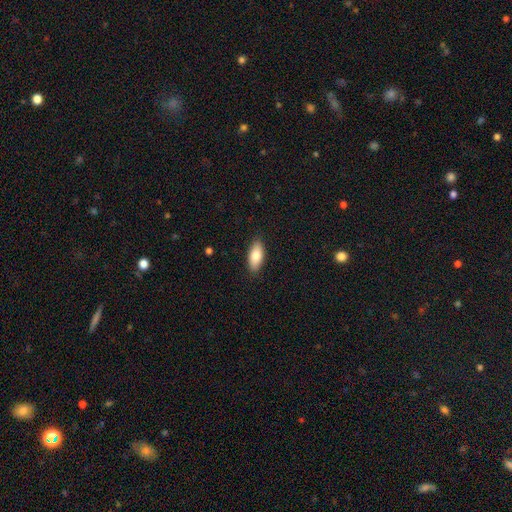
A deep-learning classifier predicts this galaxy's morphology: smooth_or_featured: smooth (p=0.81) [alt: featured or disk p=0.12]
how_rounded: in between (p=0.87) [alt: cigar-shaped p=0.11]
merging: none (p=0.88) [alt: minor disturbance p=0.09]